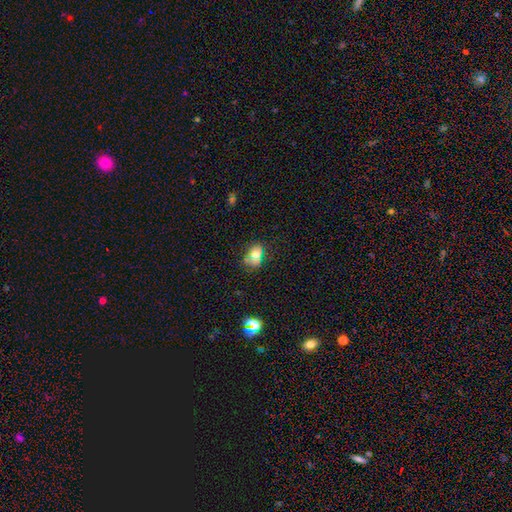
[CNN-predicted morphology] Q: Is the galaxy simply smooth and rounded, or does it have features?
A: smooth — 68%.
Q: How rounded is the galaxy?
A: in between — 67%.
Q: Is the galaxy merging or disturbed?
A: none — 68%.